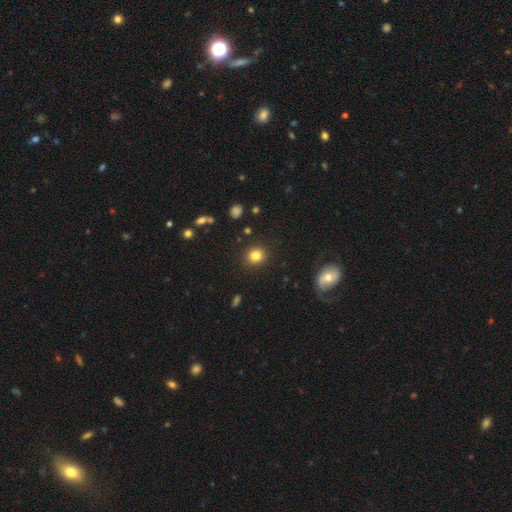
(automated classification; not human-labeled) Smooth or featured? Predicted: smooth (p=0.83). How rounded? Predicted: round (p=0.84). Merging? Predicted: none (p=0.90).